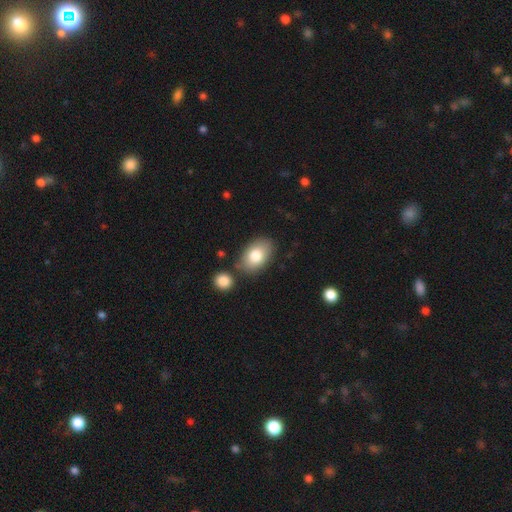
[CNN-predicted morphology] This appears to be a smooth galaxy with no disk features (80%) that is in between round and cigar-shaped (90%). Merging: none (76%).